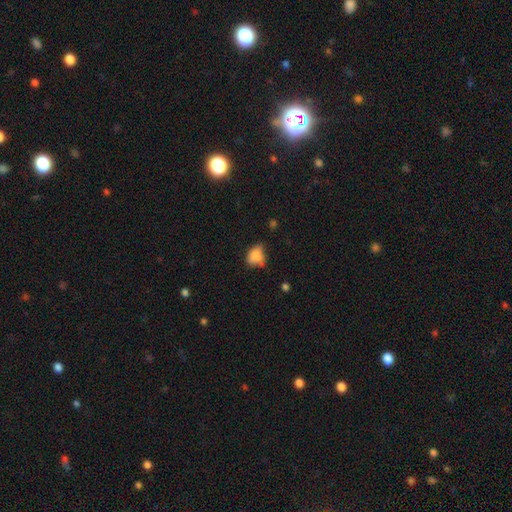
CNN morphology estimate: This is likely a smooth galaxy (77%). How rounded: likely in between (73%). Merging: marginally none (39%).